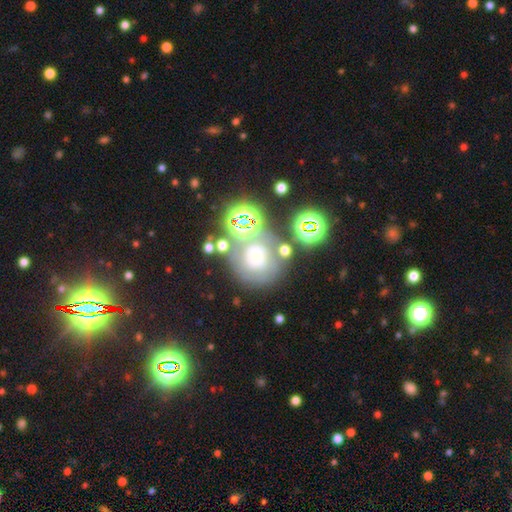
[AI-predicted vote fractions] Overall: smooth (44%; featured or disk 28%). Merging: none (53%; merger 20%).